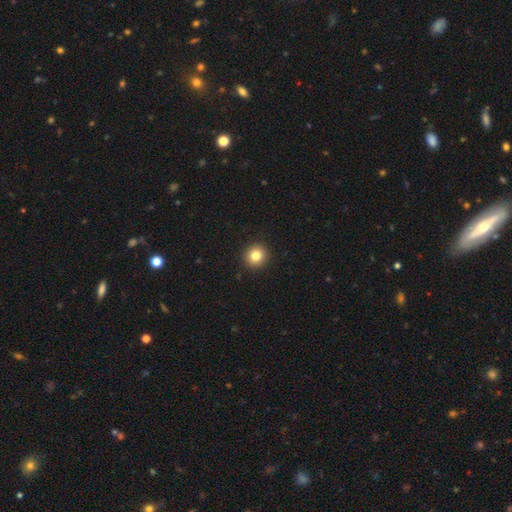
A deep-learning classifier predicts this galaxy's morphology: Q: Smooth or featured?
A: smooth (82%); runner-up: star or artifact (12%)
Q: How rounded?
A: round (93%); runner-up: in between (6%)
Q: Merging?
A: none (93%); runner-up: minor disturbance (5%)